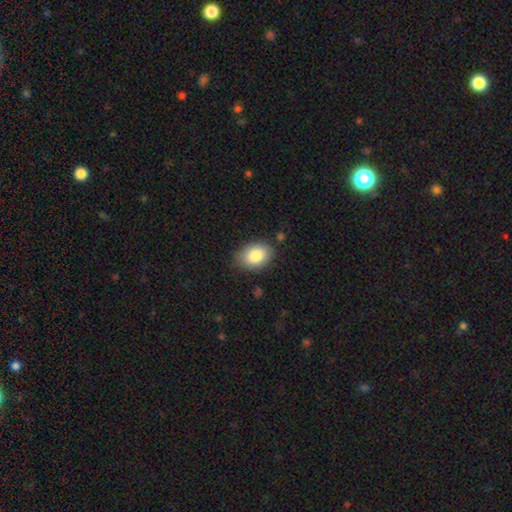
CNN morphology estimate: A smooth galaxy with no disk features (85%) that is in between round and cigar-shaped (79%).

Vote fractions:
- Smooth or featured? smooth: 85% / featured or disk: 8% / star or artifact: 7%
- How rounded? in between: 79% / round: 20% / cigar-shaped: 1%
- Merging? none: 83% / minor disturbance: 13% / major disturbance: 3% / merger: 2%